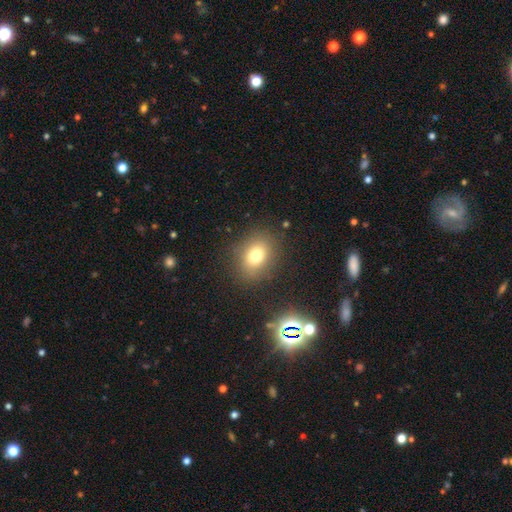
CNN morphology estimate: Q: Smooth or featured?
A: smooth (75%); runner-up: star or artifact (14%)
Q: How rounded?
A: in between (57%); runner-up: round (42%)
Q: Merging?
A: none (84%); runner-up: minor disturbance (10%)